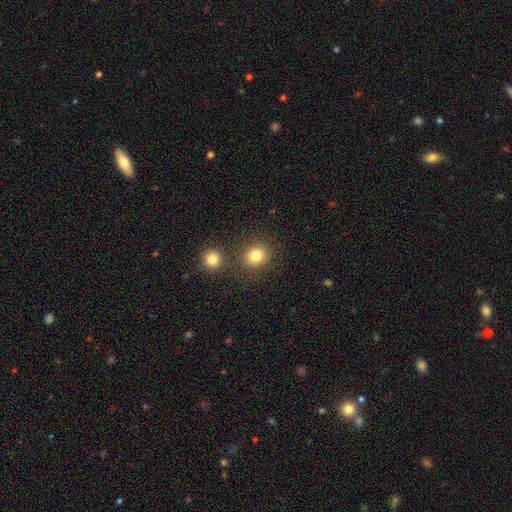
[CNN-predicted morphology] Q: Smooth or featured?
A: smooth (82%); runner-up: star or artifact (12%)
Q: How rounded?
A: round (71%); runner-up: in between (28%)
Q: Merging?
A: none (78%); runner-up: merger (10%)